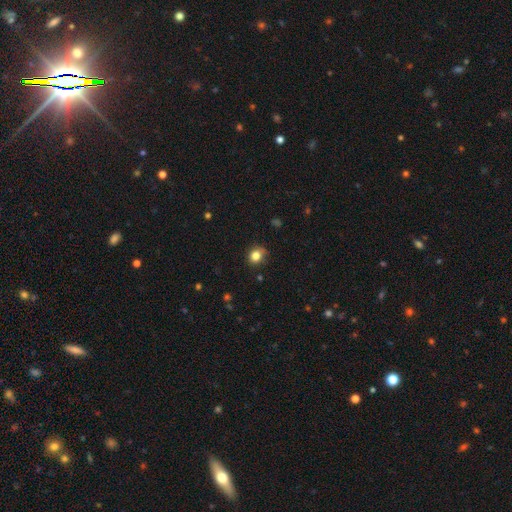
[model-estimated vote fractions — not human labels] smooth-or-featured: smooth: 82% | star or artifact: 12% | featured or disk: 6%
  how-rounded: round: 73% | in between: 26% | cigar-shaped: 1%
  merging: none: 75% | minor disturbance: 19% | major disturbance: 4% | merger: 2%